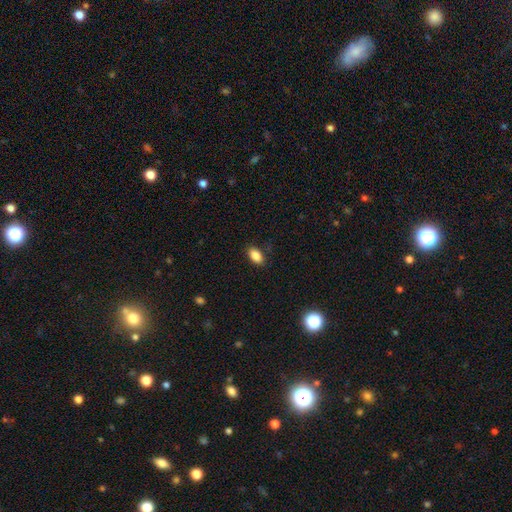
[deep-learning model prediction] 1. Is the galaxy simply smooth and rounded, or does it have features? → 87% smooth, 8% star or artifact, 5% featured or disk.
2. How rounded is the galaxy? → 91% in between, 6% round, 3% cigar-shaped.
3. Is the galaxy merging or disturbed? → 87% none, 10% minor disturbance, 2% major disturbance, 1% merger.